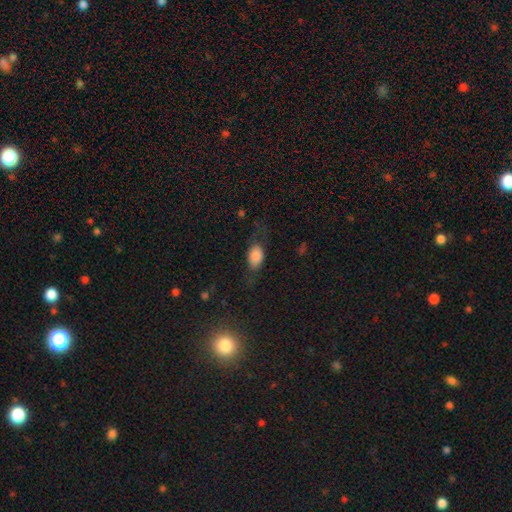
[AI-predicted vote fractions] A smooth galaxy with no disk features (77%) that is in between round and cigar-shaped (85%). Merging: none (56%).